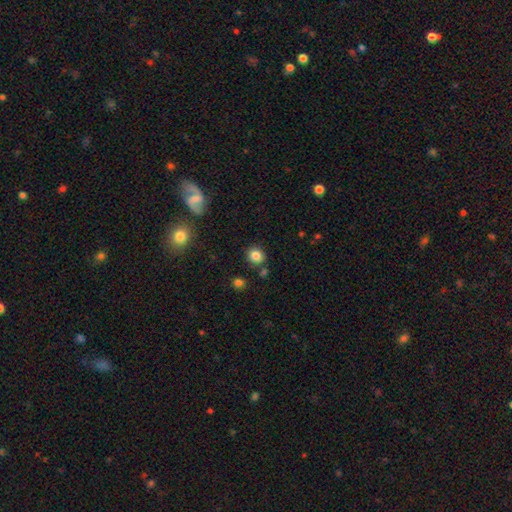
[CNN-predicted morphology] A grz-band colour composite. It shows a smooth galaxy with no disk features (84%) that is round (83%). Merging: none (82%).